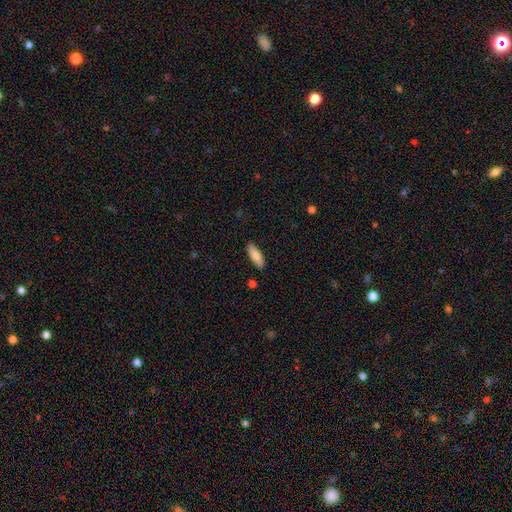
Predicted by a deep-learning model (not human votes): Morphology: type=smooth (82%); roundness=in between (60%); merging=none (86%).